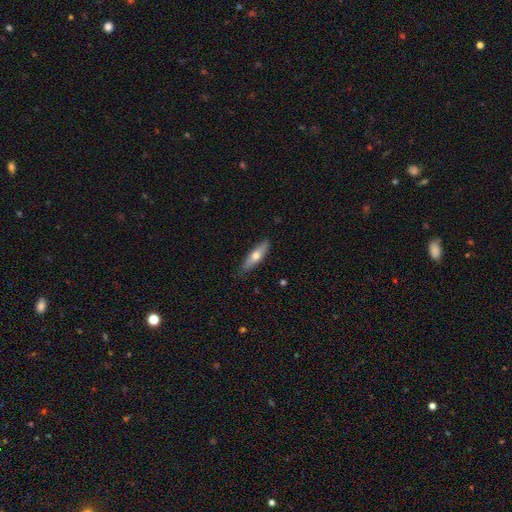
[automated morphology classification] Smooth or featured? smooth (59%)
How rounded? cigar-shaped (63%)
Merging? none (85%)